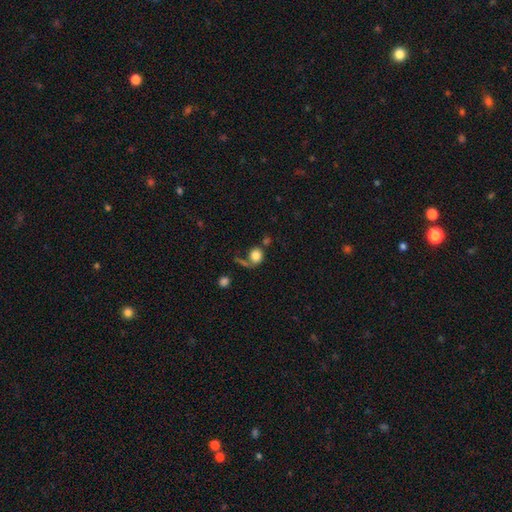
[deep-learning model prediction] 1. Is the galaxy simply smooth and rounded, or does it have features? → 78% smooth, 12% featured or disk, 10% star or artifact.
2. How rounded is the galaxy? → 68% round, 31% in between, 1% cigar-shaped.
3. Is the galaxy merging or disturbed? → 45% none, 20% major disturbance, 19% merger, 16% minor disturbance.